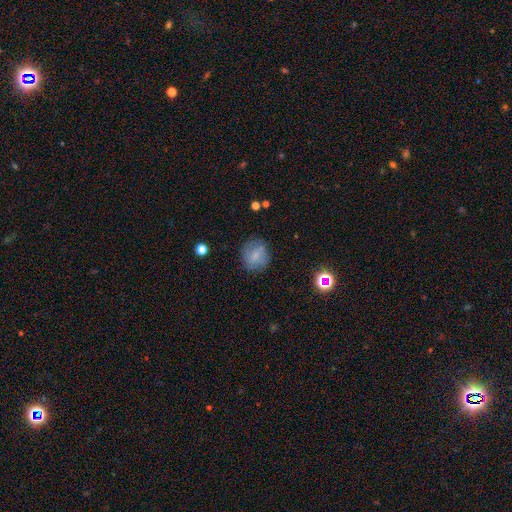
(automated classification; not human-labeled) Overall: smooth (74%). How rounded: round (83%). Merging: none (77%).